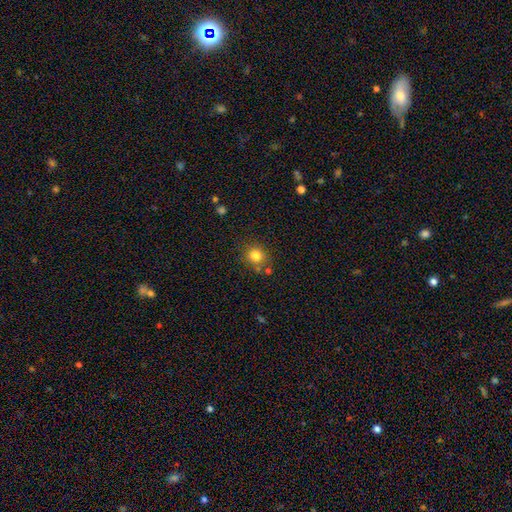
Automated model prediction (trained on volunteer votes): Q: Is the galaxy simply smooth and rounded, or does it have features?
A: smooth — 80%.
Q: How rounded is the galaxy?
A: round — 82%.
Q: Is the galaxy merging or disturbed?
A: none — 75%.